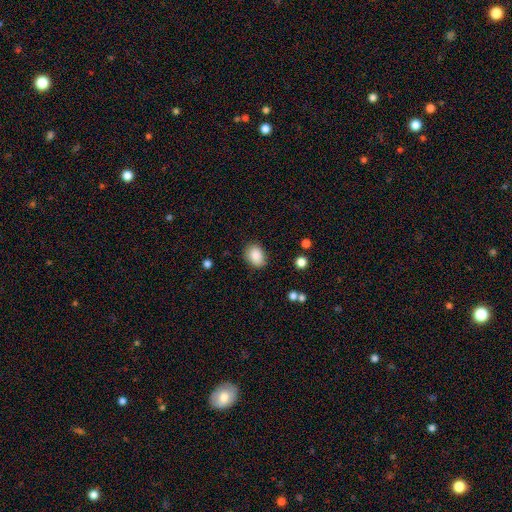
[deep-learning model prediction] smooth_or_featured: smooth (p=0.88) [alt: star or artifact p=0.08]
how_rounded: in between (p=0.68) [alt: round p=0.31]
merging: none (p=0.80) [alt: minor disturbance p=0.15]